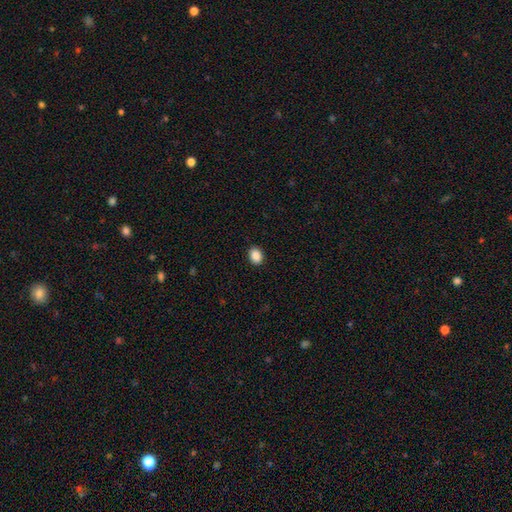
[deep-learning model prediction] Smooth or featured?
  - smooth: 89% *
  - star or artifact: 8%
  - featured or disk: 2%
How rounded?
  - in between: 58% *
  - round: 41%
  - cigar-shaped: 1%
Merging?
  - none: 91% *
  - minor disturbance: 6%
  - major disturbance: 2%
  - merger: 1%